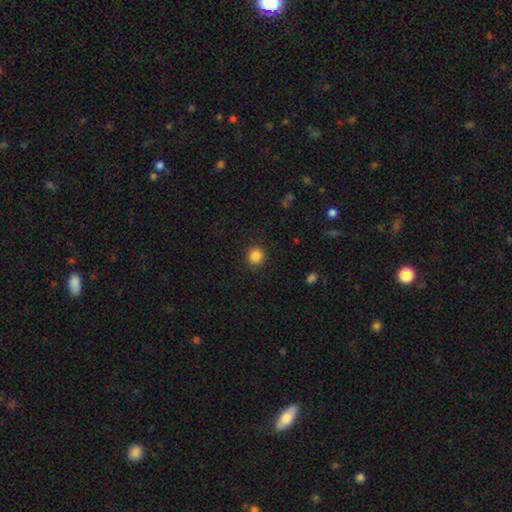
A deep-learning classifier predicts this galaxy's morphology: type=smooth (86%); roundness=round (91%); merging=none (90%).